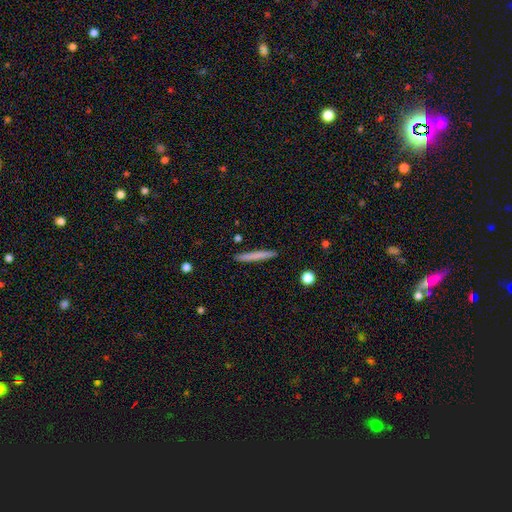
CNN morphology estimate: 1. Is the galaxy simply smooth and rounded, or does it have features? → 73% smooth, 21% featured or disk, 6% star or artifact.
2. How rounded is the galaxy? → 96% cigar-shaped, 2% in between, 1% round.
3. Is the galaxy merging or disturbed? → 91% none, 6% minor disturbance, 1% merger, 1% major disturbance.